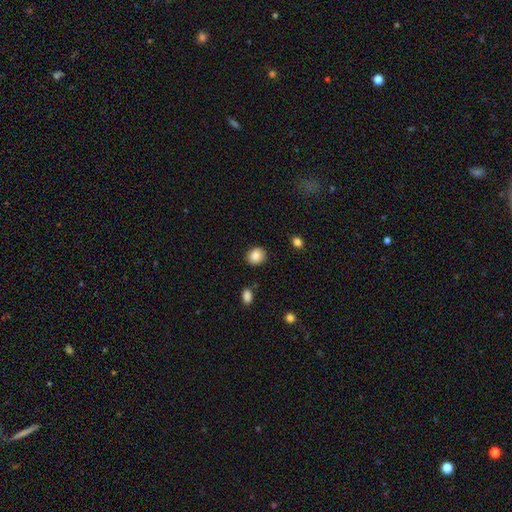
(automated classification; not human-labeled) smooth 88%, star or artifact 8%, featured or disk 4%. Down the decision tree: how rounded — round (70%); merging — none (88%).